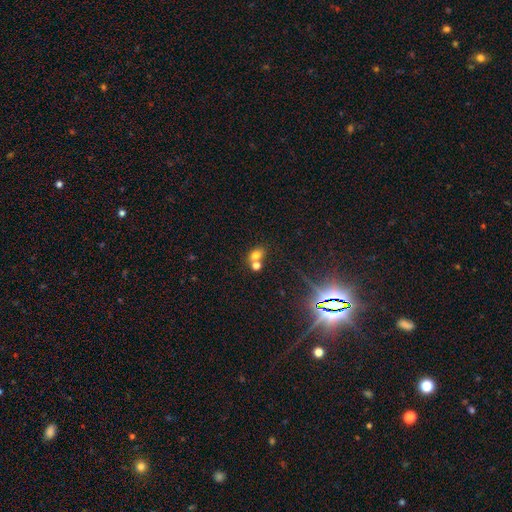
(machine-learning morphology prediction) A smooth galaxy with no disk features (69%) that is in between round and cigar-shaped (59%).

Vote fractions:
- Smooth or featured? smooth: 69% / star or artifact: 19% / featured or disk: 12%
- How rounded? in between: 59% / round: 39% / cigar-shaped: 2%
- Merging? none: 44% / merger: 43% / minor disturbance: 9% / major disturbance: 4%